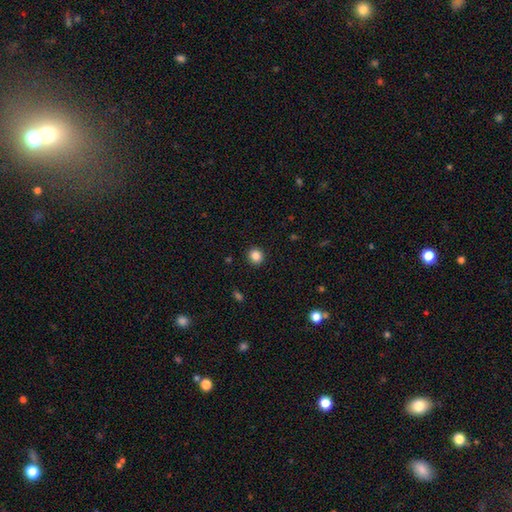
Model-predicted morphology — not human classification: smooth_or_featured: smooth (p=0.85) [alt: star or artifact p=0.11]
how_rounded: round (p=0.90) [alt: in between p=0.09]
merging: none (p=0.93) [alt: minor disturbance p=0.05]